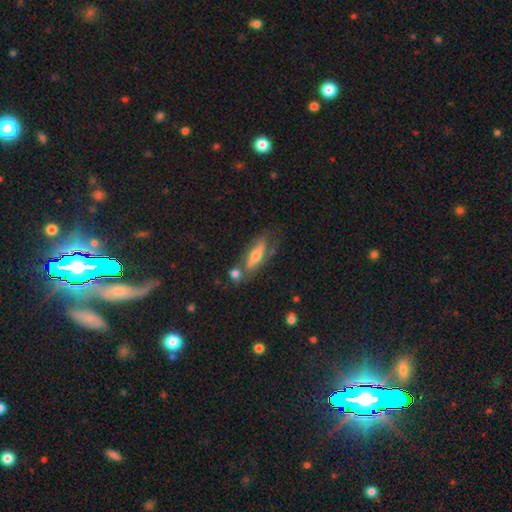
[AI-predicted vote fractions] This is possibly a featured or disk galaxy (51%). It is likely viewed edge-on (64%). Merging: possibly none (56%).